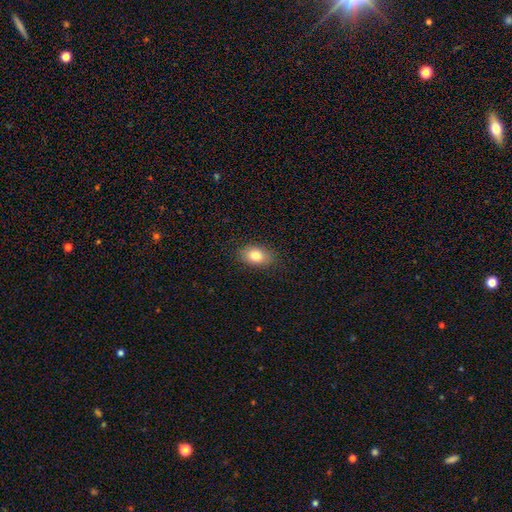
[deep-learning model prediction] Morphology: type=smooth (81%); roundness=in between (81%); merging=none (84%).